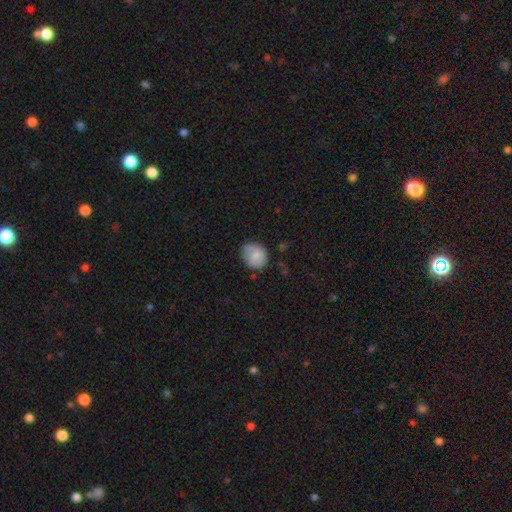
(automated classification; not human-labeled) The model was most divided on "how rounded": round: 64%, in between: 35%, cigar-shaped: 1%. More confident: smooth or featured — smooth (74%); merging — none (69%).